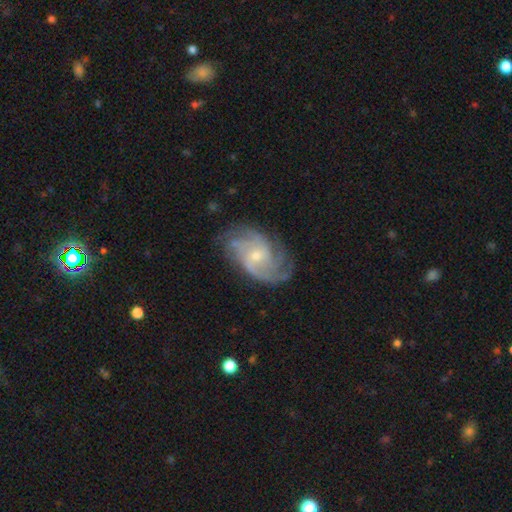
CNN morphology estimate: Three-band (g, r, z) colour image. It shows a featured or disk galaxy (85%) with no bar (63%), medium (43%) spiral arms (96%) and a small central bulge (65%). Merging: none (69%).